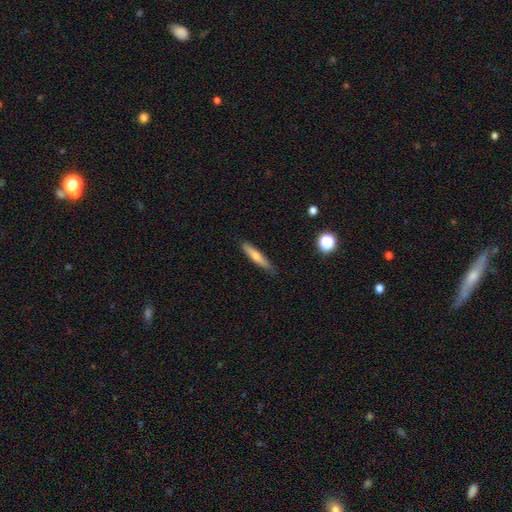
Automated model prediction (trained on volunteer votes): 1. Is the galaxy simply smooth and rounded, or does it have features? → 65% smooth, 28% featured or disk, 7% star or artifact.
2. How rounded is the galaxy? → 89% cigar-shaped, 9% in between, 2% round.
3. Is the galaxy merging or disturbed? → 85% none, 11% minor disturbance, 2% major disturbance, 1% merger.